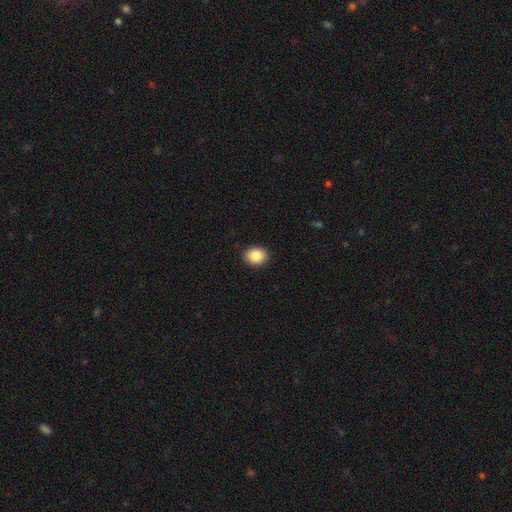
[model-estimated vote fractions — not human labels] The model was most divided on "how rounded": in between: 56%, round: 43%, cigar-shaped: 1%. More confident: merging — none (90%); smooth or featured — smooth (87%).